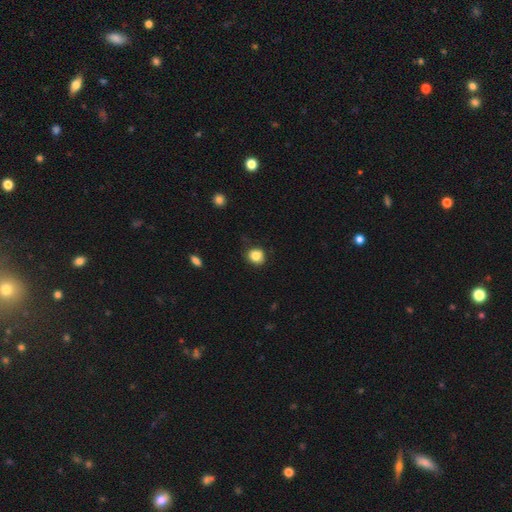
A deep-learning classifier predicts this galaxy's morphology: smooth 84%, star or artifact 10%, featured or disk 6%. Down the decision tree: how rounded — round (78%); merging — none (80%).